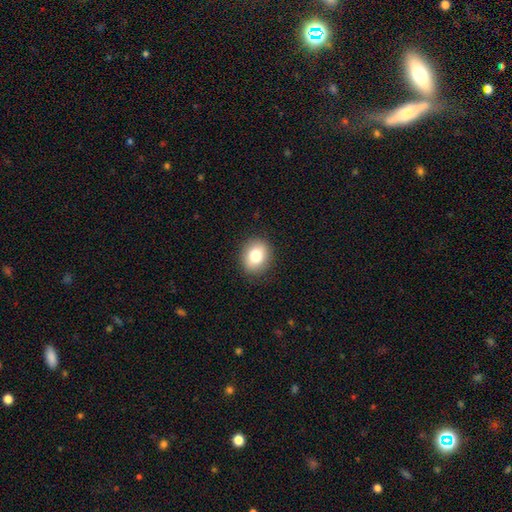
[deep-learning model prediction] Smooth or featured?
  - smooth: 80% *
  - featured or disk: 10%
  - star or artifact: 10%
How rounded?
  - round: 56% *
  - in between: 43%
  - cigar-shaped: 1%
Merging?
  - none: 89% *
  - minor disturbance: 8%
  - major disturbance: 2%
  - merger: 1%